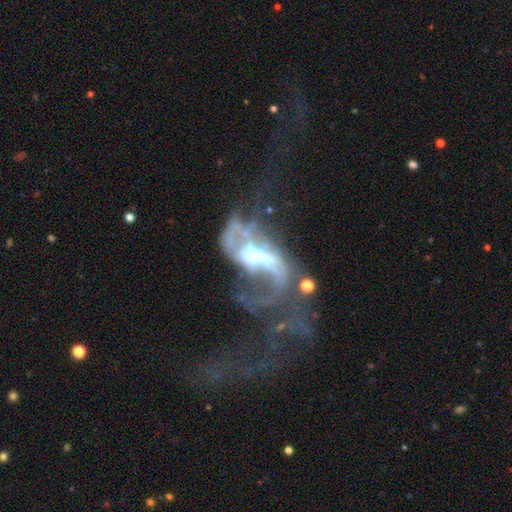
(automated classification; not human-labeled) This is likely a featured or disk galaxy (80%). It is clearly not viewed edge-on (95%). Bar: possibly no (47%). Spiral arm pattern: likely yes (66%). Central bulge: marginally moderate (45%). Merging: possibly major disturbance (46%).